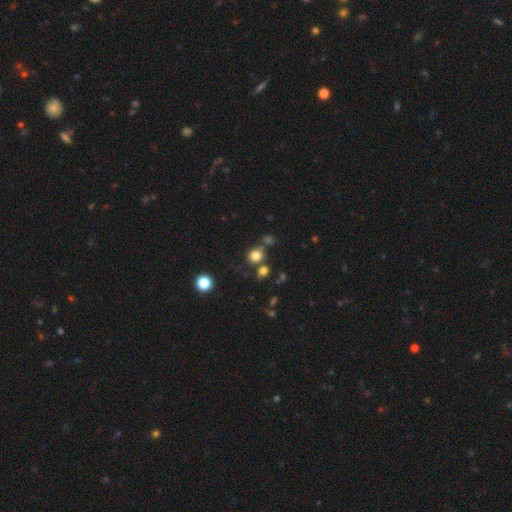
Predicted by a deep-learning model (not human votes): smooth 80%, star or artifact 15%, featured or disk 6%. Down the decision tree: how rounded — round (80%); merging — none (70%).